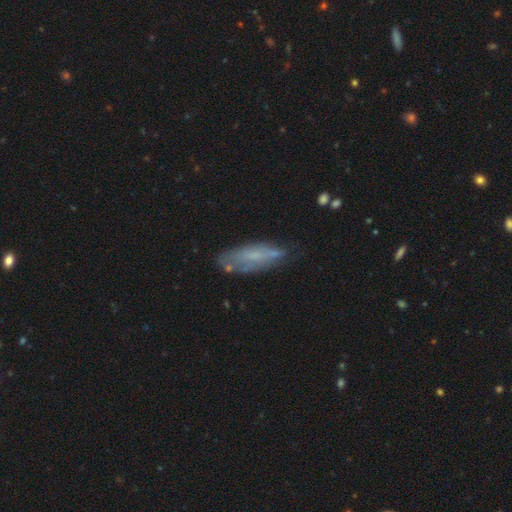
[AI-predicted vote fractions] Morphology: type=smooth (49%); merging=none (59%).